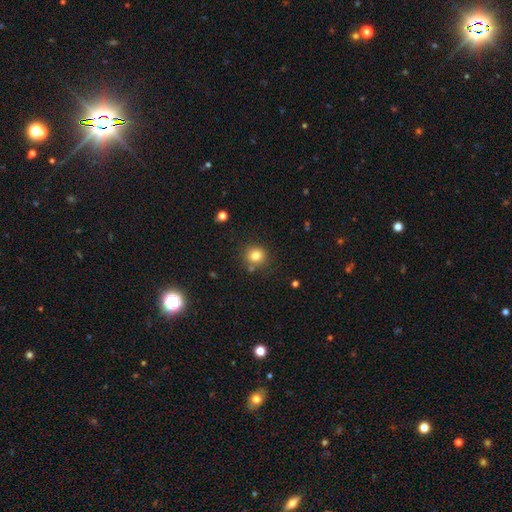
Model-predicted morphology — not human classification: Overall: smooth (80%). How rounded: round (88%). Merging: none (80%).